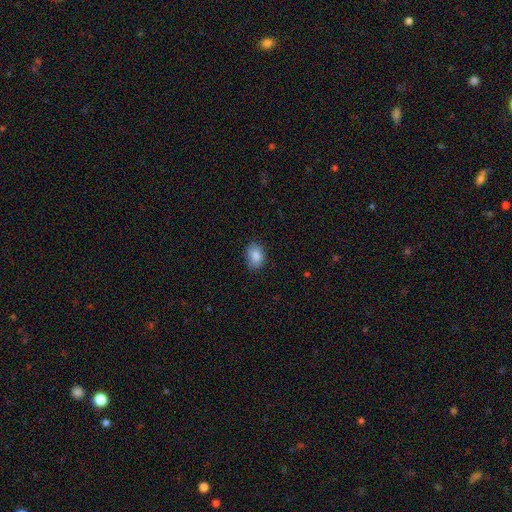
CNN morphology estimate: Smooth or featured? smooth (86%)
How rounded? in between (72%)
Merging? none (82%)